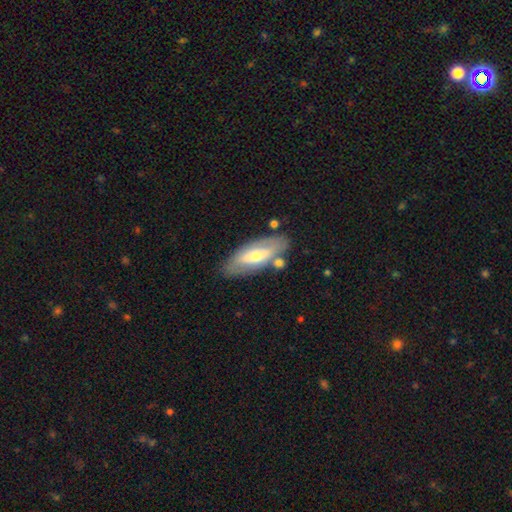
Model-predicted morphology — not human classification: Overall: featured or disk (51%; smooth 43%). Edge-on disk: no (69%; yes 31%). Merging: none (74%).